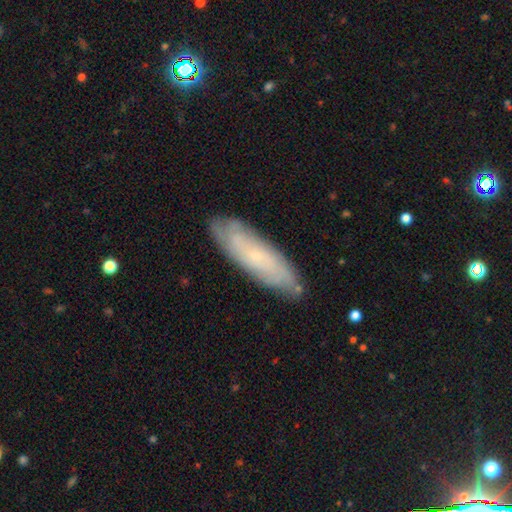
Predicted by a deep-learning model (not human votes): The model was most divided on "smooth or featured": featured or disk: 52%, smooth: 41%, star or artifact: 8%. More confident: merging — none (80%); edge-on disk — no (73%).